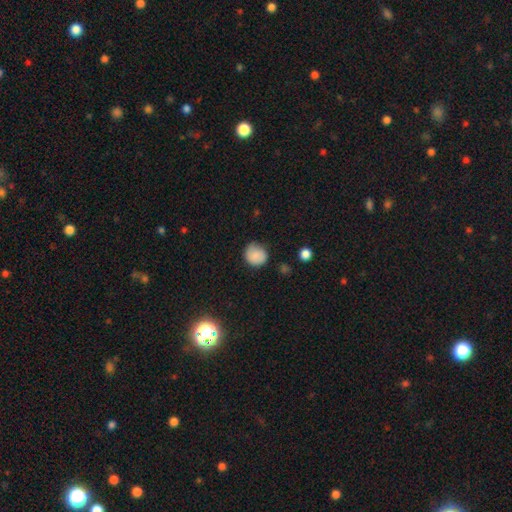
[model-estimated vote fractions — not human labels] smooth 80%, featured or disk 11%, star or artifact 9%. Down the decision tree: how rounded — round (85%); merging — none (68%).